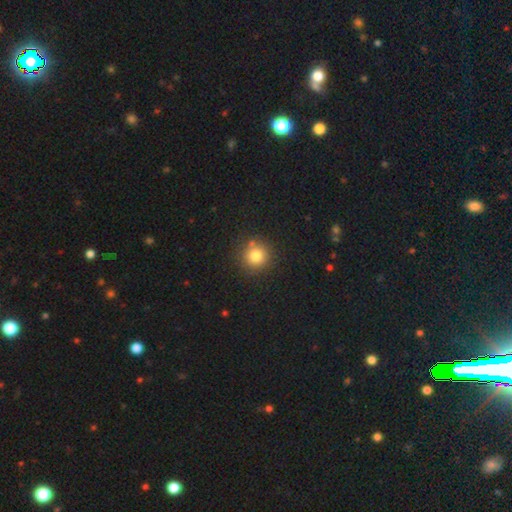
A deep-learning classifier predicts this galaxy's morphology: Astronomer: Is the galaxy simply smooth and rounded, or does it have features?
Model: smooth — 81%.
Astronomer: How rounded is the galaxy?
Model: round — 93%.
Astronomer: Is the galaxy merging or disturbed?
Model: none — 83%.